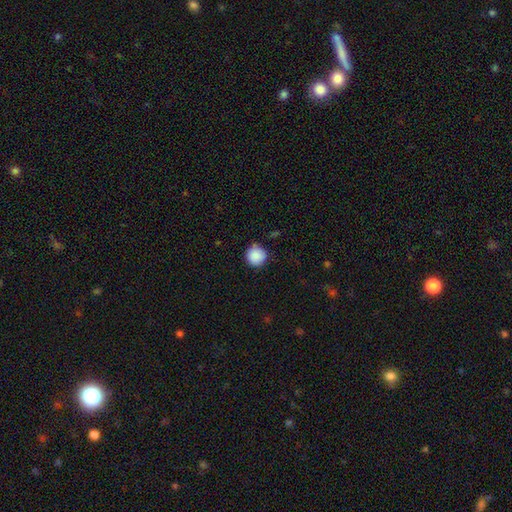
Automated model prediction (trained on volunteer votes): A smooth galaxy with no disk features (88%) that is round (95%).

Vote fractions:
- Smooth or featured? smooth: 88% / star or artifact: 8% / featured or disk: 3%
- How rounded? round: 95% / in between: 4% / cigar-shaped: 1%
- Merging? none: 86% / minor disturbance: 10% / major disturbance: 2% / merger: 2%